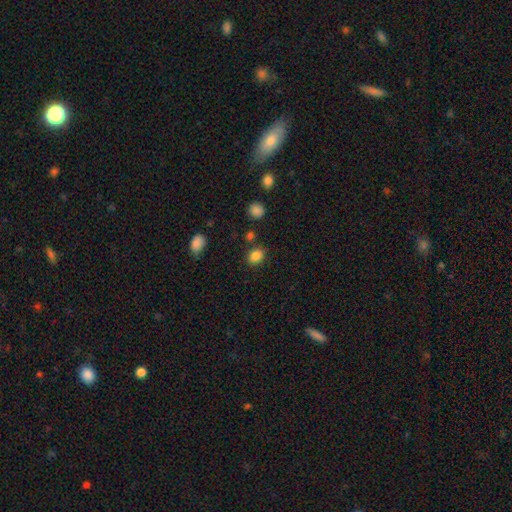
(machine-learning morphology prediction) smooth 85%, star or artifact 11%, featured or disk 4%. Down the decision tree: how rounded — in between (55%); merging — none (80%).